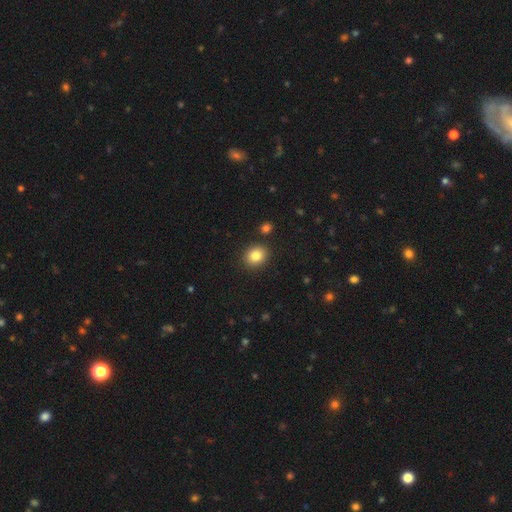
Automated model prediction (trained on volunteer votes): The model was most divided on "how rounded": round: 59%, in between: 40%, cigar-shaped: 1%. More confident: merging — none (87%); smooth or featured — smooth (84%).